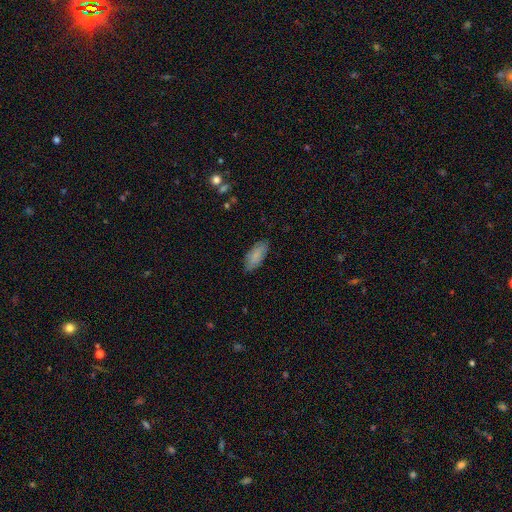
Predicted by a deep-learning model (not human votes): A smooth galaxy with no disk features (82%) that is in between round and cigar-shaped (87%). Merging: none (82%).